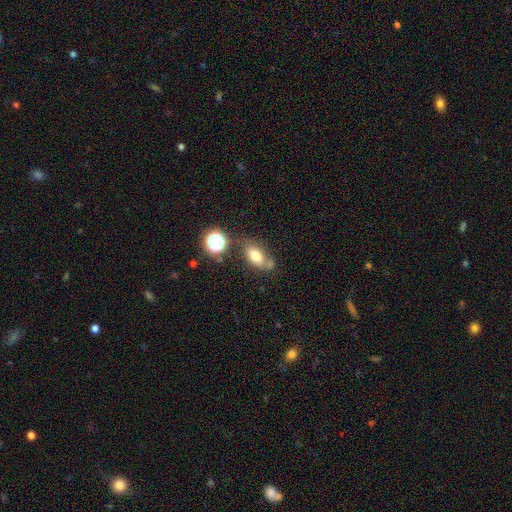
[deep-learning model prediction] Overall: smooth (74%). How rounded: in between (82%). Merging: none (59%).